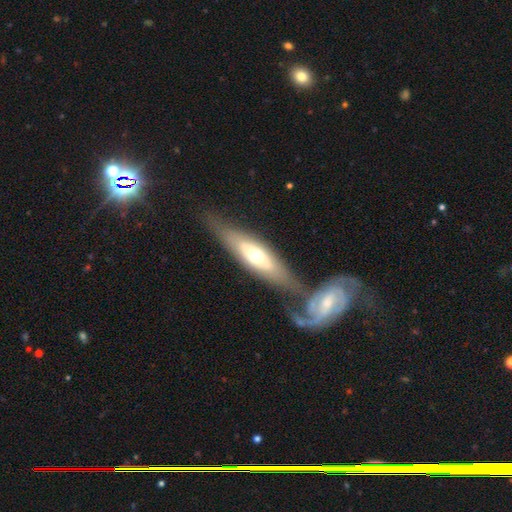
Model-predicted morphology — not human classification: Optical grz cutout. It shows a featured or disk galaxy (56%). Merging: none (54%).